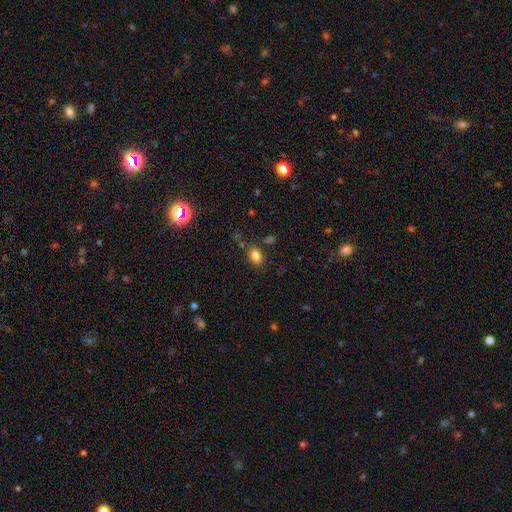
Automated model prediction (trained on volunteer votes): Smooth or featured? smooth (80%)
How rounded? in between (70%)
Merging? none (78%)